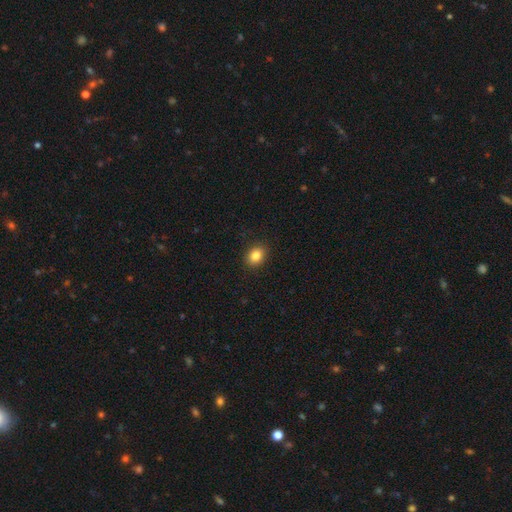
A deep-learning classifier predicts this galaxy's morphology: Smooth or featured: smooth — 85% (star or artifact — 10%)
How rounded: in between — 52% (round — 47%)
Merging: none — 90% (minor disturbance — 7%)